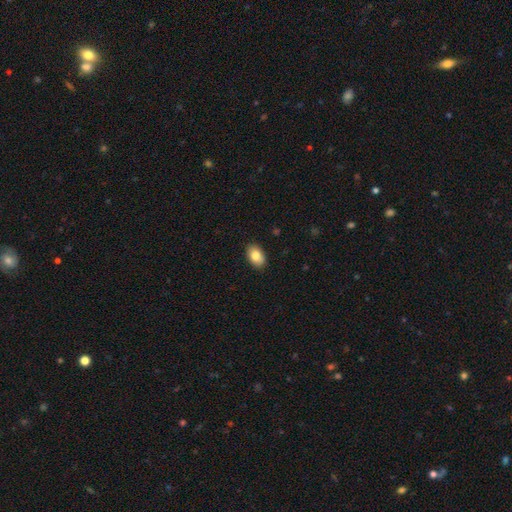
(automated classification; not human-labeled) The model was most divided on "smooth or featured": smooth: 82%, featured or disk: 10%, star or artifact: 7%. More confident: merging — none (89%); how rounded — in between (89%).